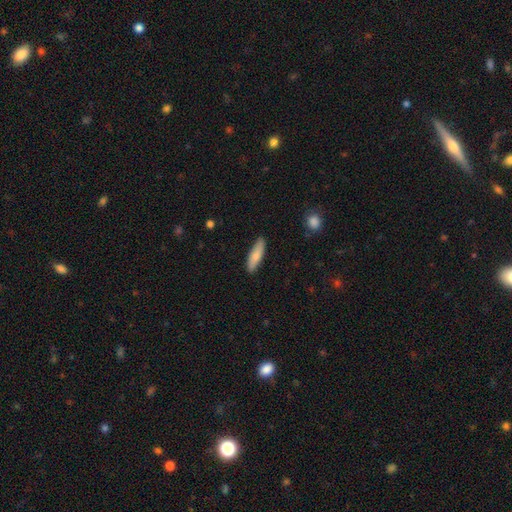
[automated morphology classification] A smooth galaxy with no disk features (79%) that is cigar-shaped (66%). Merging: none (87%).